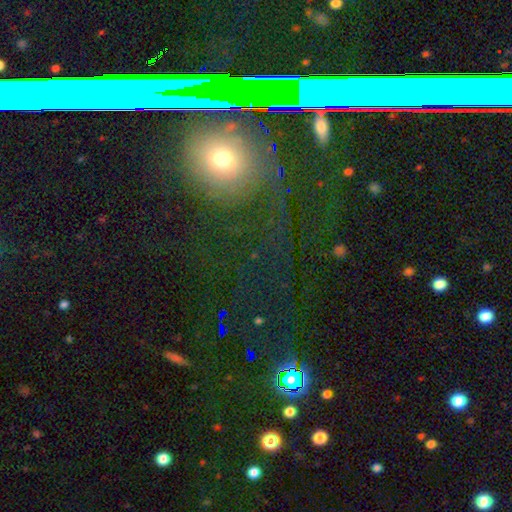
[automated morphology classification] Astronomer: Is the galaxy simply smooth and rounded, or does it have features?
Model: star or artifact — 43% (runner-up: smooth, 35%).